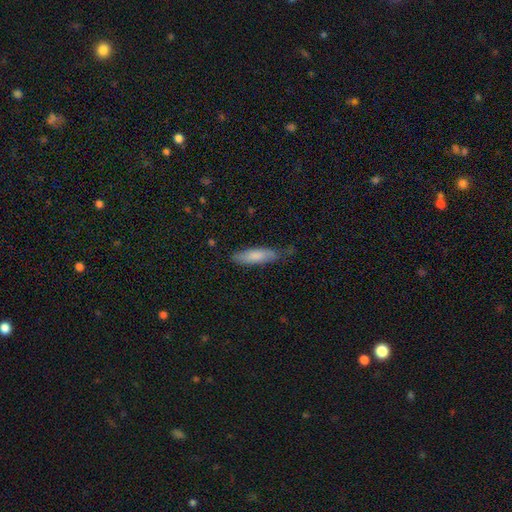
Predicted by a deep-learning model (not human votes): Smooth or featured?
  - smooth: 79% *
  - featured or disk: 16%
  - star or artifact: 6%
How rounded?
  - cigar-shaped: 65% *
  - in between: 33%
  - round: 1%
Merging?
  - none: 70% *
  - minor disturbance: 23%
  - major disturbance: 5%
  - merger: 2%